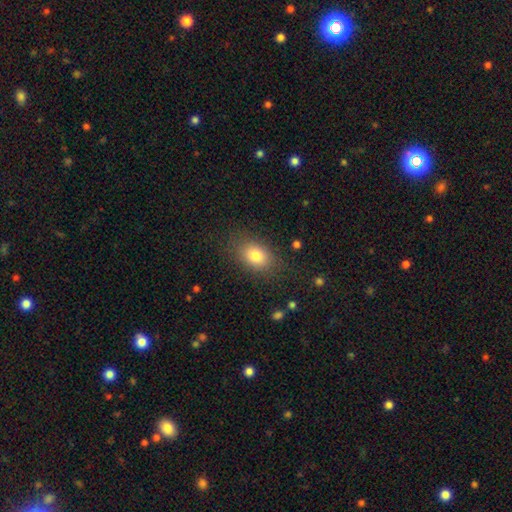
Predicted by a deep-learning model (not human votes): The model was most divided on "how rounded": in between: 78%, round: 20%, cigar-shaped: 2%. More confident: merging — none (81%); smooth or featured — smooth (81%).